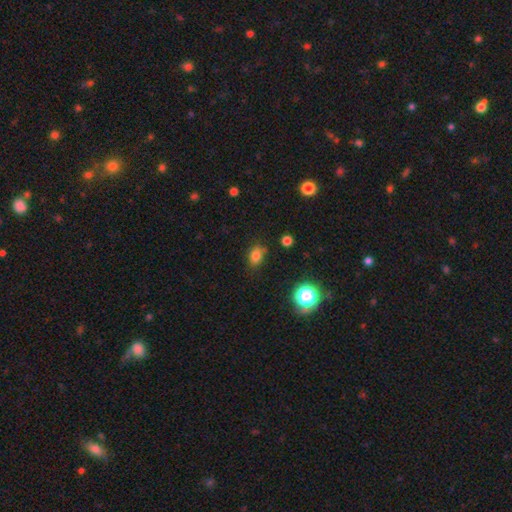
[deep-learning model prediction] Smooth or featured? smooth (78%)
How rounded? in between (70%)
Merging? none (72%)